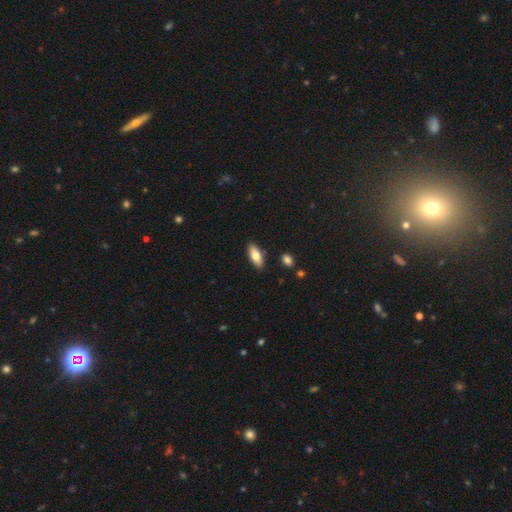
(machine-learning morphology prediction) Smooth or featured?
  - smooth: 74% *
  - featured or disk: 20%
  - star or artifact: 6%
How rounded?
  - in between: 78% *
  - cigar-shaped: 20%
  - round: 2%
Merging?
  - none: 87% *
  - minor disturbance: 9%
  - merger: 2%
  - major disturbance: 2%